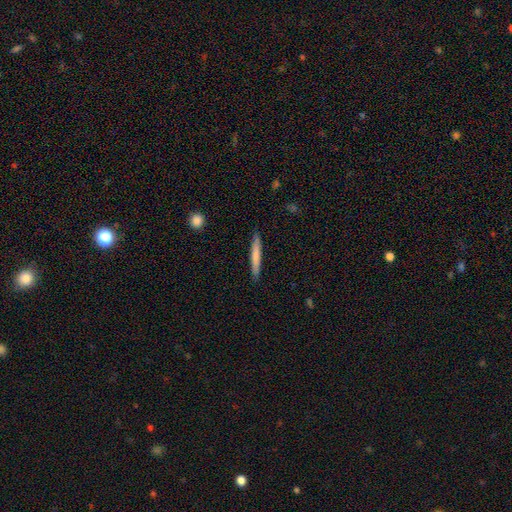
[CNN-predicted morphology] Q: Smooth or featured?
A: smooth (69%); runner-up: featured or disk (25%)
Q: How rounded?
A: cigar-shaped (96%); runner-up: in between (3%)
Q: Merging?
A: none (90%); runner-up: minor disturbance (8%)